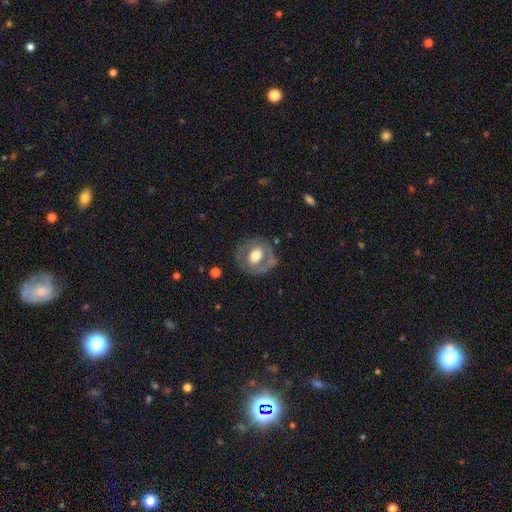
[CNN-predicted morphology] Smooth or featured? featured or disk (48%)
Merging? none (70%)